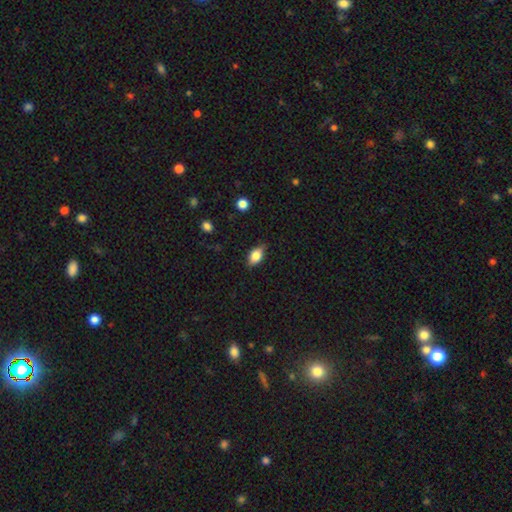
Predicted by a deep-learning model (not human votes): This is likely a smooth galaxy (80%). How rounded: clearly in between (86%). Merging: likely none (78%).